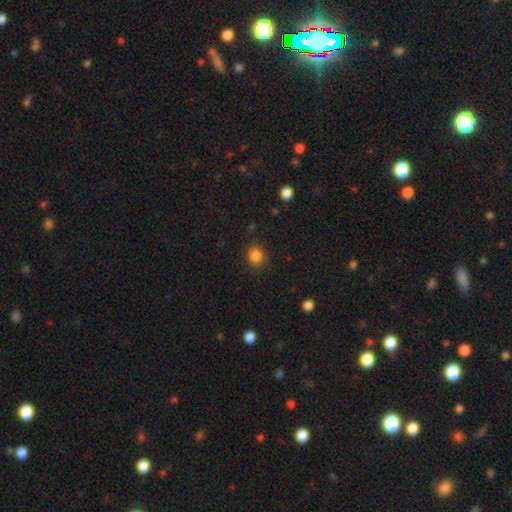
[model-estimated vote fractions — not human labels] Morphology: type=smooth (84%); roundness=round (71%); merging=none (85%).